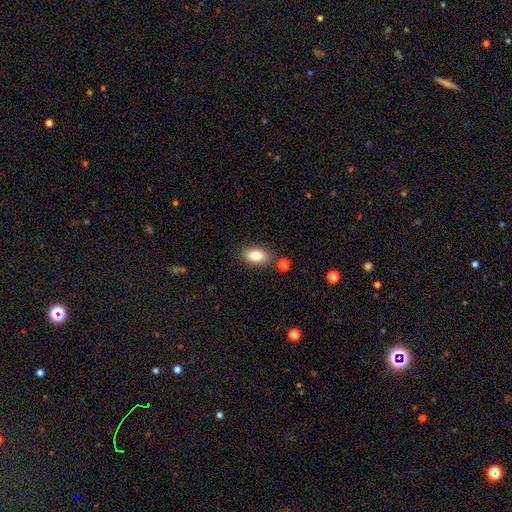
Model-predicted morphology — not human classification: Smooth or featured?
  - smooth: 84% *
  - featured or disk: 8%
  - star or artifact: 8%
How rounded?
  - in between: 90% *
  - round: 7%
  - cigar-shaped: 3%
Merging?
  - none: 81% *
  - minor disturbance: 11%
  - merger: 5%
  - major disturbance: 3%